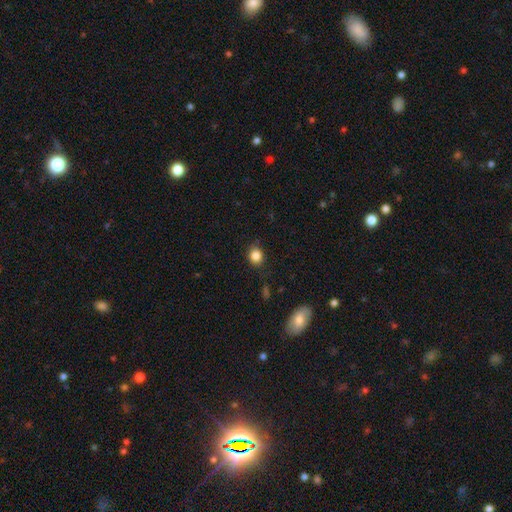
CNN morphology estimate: Overall: smooth (85%). How rounded: round (67%; in between 32%). Merging: none (82%).